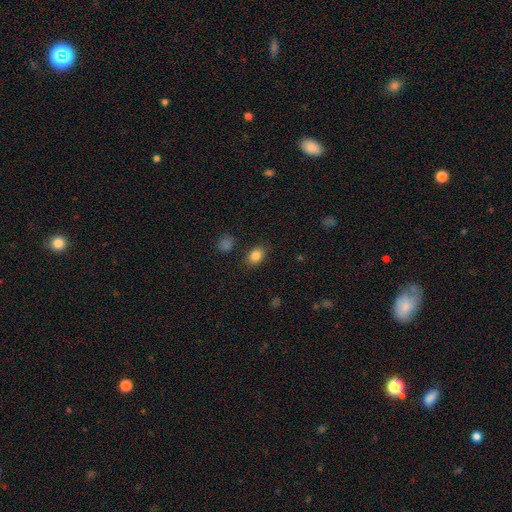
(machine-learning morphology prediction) This appears to be a smooth galaxy with no disk features (84%) that is in between round and cigar-shaped (74%). Merging: none (82%).